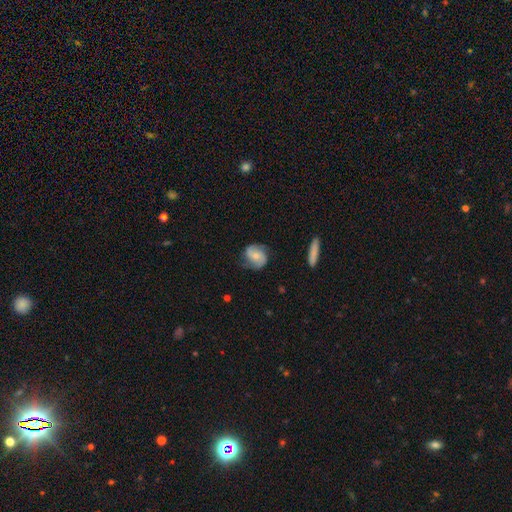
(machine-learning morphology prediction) Q: Smooth or featured?
A: featured or disk (68%); runner-up: smooth (26%)
Q: Edge-on disk?
A: no (97%); runner-up: yes (3%)
Q: Bar?
A: no (61%); runner-up: weak (30%)
Q: Spiral arms?
A: yes (94%); runner-up: no (6%)
Q: Spiral winding?
A: medium (46%); runner-up: tight (28%)
Q: Spiral arm count?
A: 2 (83%); runner-up: can't tell (7%)
Q: Bulge size?
A: small (54%); runner-up: moderate (37%)
Q: Merging?
A: none (70%); runner-up: minor disturbance (21%)